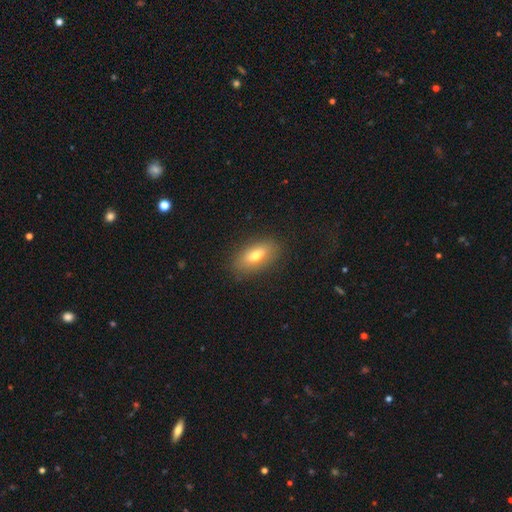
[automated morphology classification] Smooth or featured?
  - smooth: 71% *
  - featured or disk: 20%
  - star or artifact: 9%
How rounded?
  - in between: 82% *
  - cigar-shaped: 13%
  - round: 5%
Merging?
  - none: 85% *
  - minor disturbance: 11%
  - major disturbance: 3%
  - merger: 1%